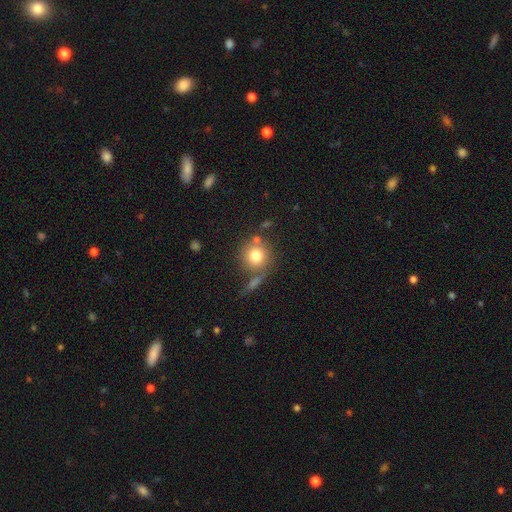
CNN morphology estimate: This is likely a smooth galaxy (76%). How rounded: clearly round (89%). Merging: likely none (63%).